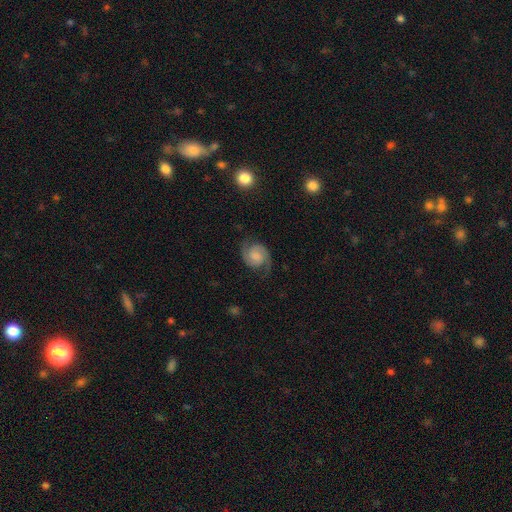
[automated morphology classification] Overall: featured or disk (82%). Edge-on disk: no (98%). Bar: no (63%; weak 31%). Spiral arms: yes (98%). Spiral arm count: 2 (93%). Spiral winding: medium (51%; tight 30%). Bulge size: none (40%; moderate 23%). Merging: none (77%).